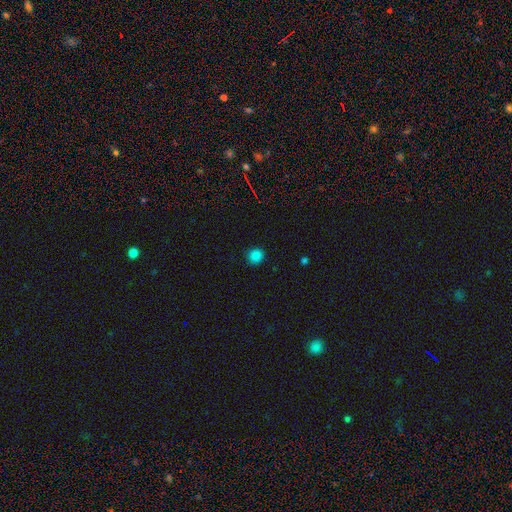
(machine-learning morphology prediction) Smooth or featured?
  - smooth: 84% *
  - star or artifact: 13%
  - featured or disk: 3%
How rounded?
  - round: 90% *
  - in between: 9%
  - cigar-shaped: 1%
Merging?
  - none: 90% *
  - minor disturbance: 7%
  - major disturbance: 2%
  - merger: 1%